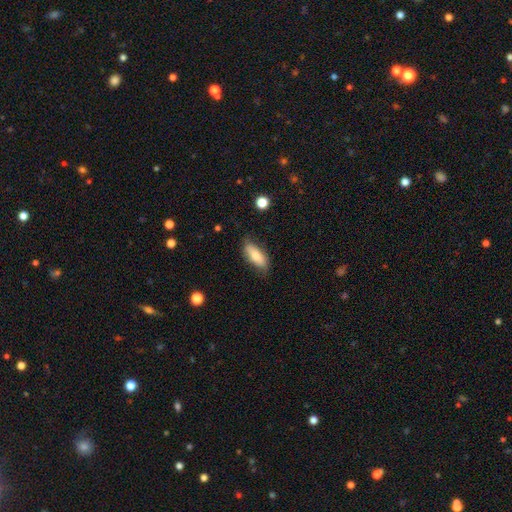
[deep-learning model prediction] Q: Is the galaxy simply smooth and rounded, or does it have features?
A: smooth — 75%.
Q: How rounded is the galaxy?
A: in between — 74%.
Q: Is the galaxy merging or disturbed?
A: none — 74%.